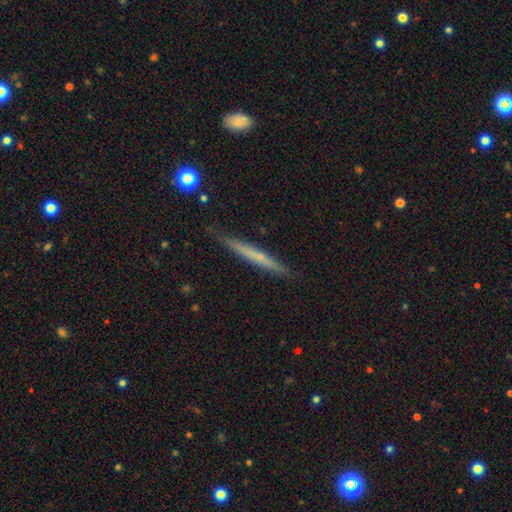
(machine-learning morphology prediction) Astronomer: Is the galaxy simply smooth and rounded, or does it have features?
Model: featured or disk — 49% (runner-up: smooth, 45%).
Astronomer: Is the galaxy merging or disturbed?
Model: none — 87%.